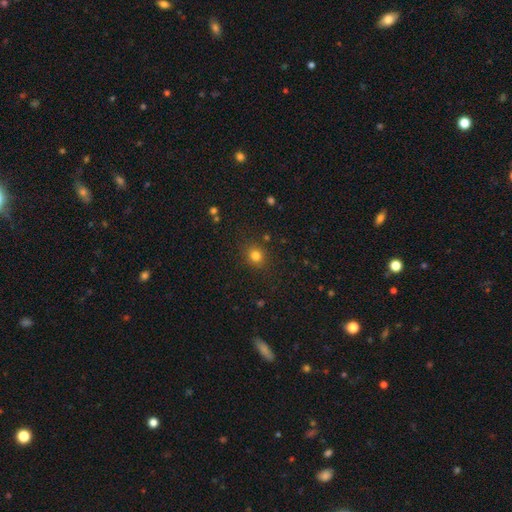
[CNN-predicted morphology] type=smooth (80%); roundness=round (82%); merging=none (87%).